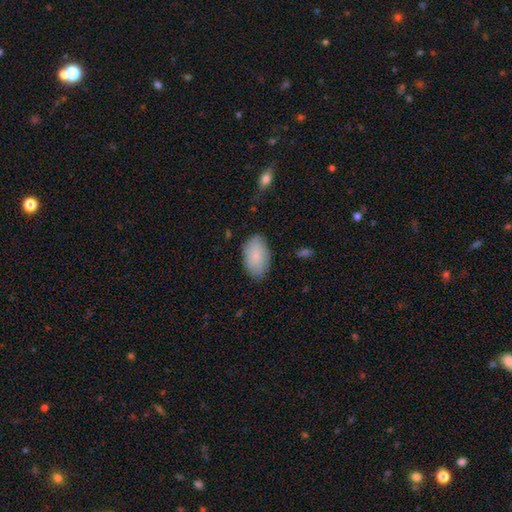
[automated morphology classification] This appears to be a smooth galaxy with no disk features (83%) that is in between round and cigar-shaped (93%). Merging: none (82%).